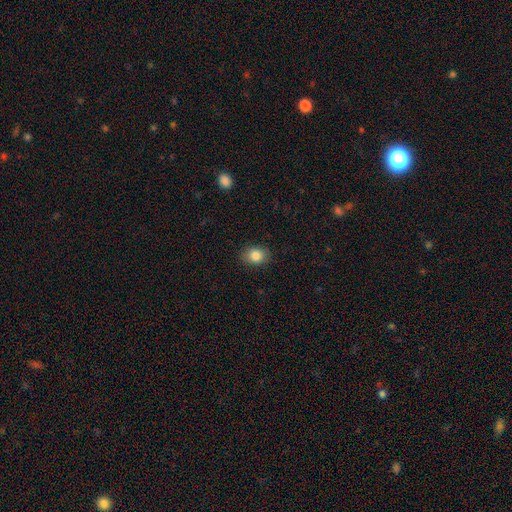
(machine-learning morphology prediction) A smooth galaxy with no disk features (85%) that is in between round and cigar-shaped (62%). Merging: none (87%).